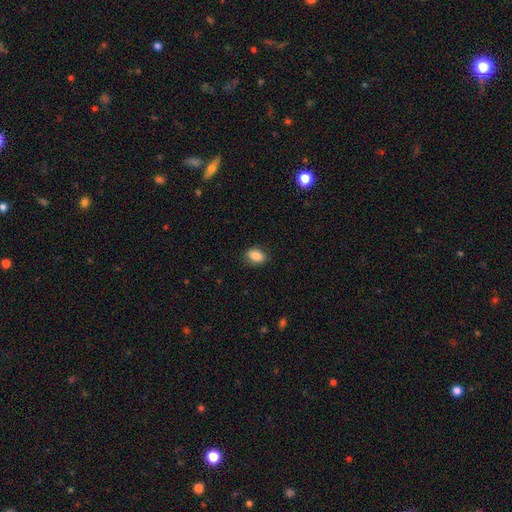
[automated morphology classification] Smooth or featured: smooth — 87% (star or artifact — 8%)
How rounded: in between — 80% (round — 18%)
Merging: none — 86% (minor disturbance — 11%)